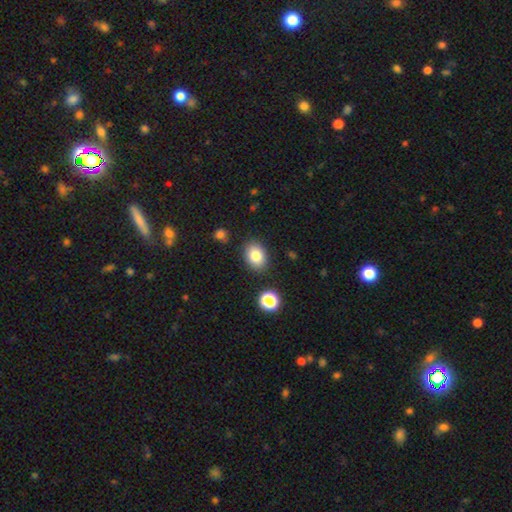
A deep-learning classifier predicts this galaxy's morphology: smooth_or_featured: smooth (p=0.82) [alt: star or artifact p=0.10]
how_rounded: in between (p=0.71) [alt: round p=0.28]
merging: none (p=0.85) [alt: minor disturbance p=0.09]